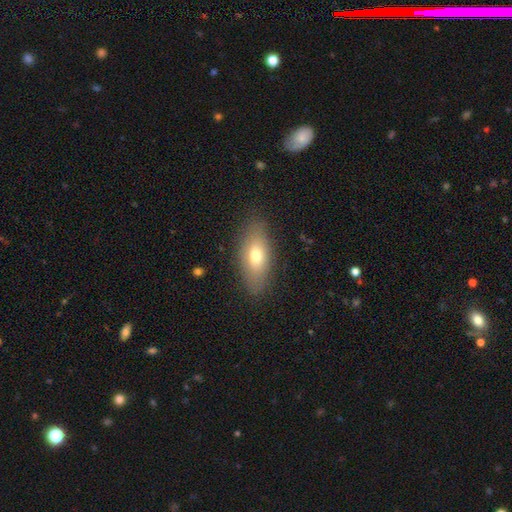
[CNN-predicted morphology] A smooth galaxy with no disk features (69%) that is in between round and cigar-shaped (81%). Merging: none (84%).